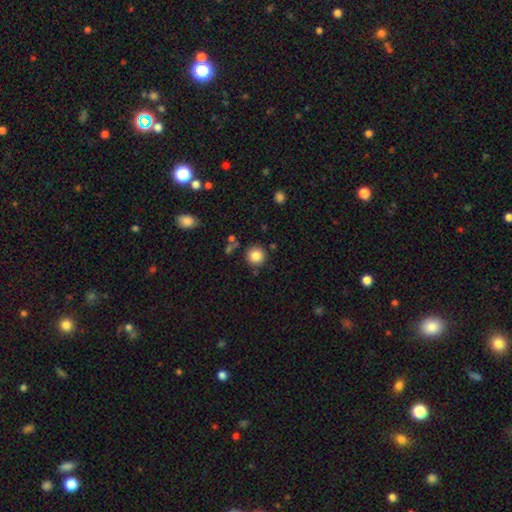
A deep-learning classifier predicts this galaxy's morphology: smooth 84%, star or artifact 10%, featured or disk 6%. Down the decision tree: how rounded — round (94%); merging — none (85%).